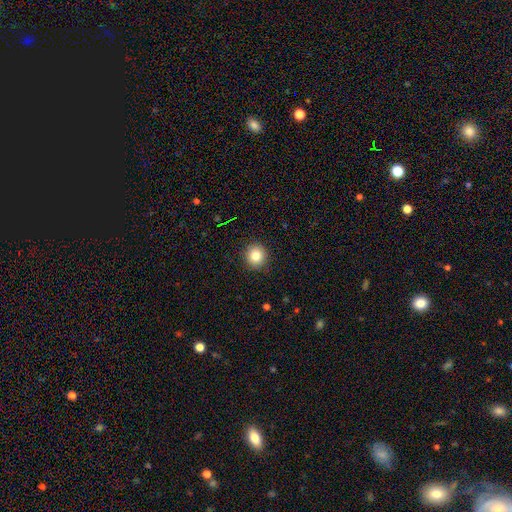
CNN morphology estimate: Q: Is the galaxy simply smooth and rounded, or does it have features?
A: smooth — 83%.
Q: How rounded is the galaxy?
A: round — 92%.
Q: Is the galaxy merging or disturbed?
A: none — 91%.